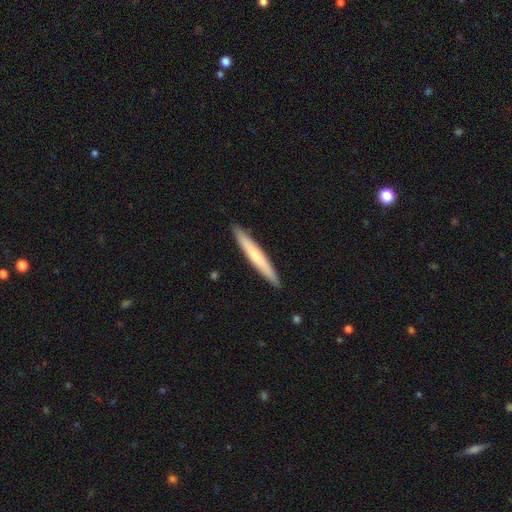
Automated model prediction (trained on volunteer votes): A smooth galaxy with no disk features (55%) that is cigar-shaped (96%). Merging: none (92%).